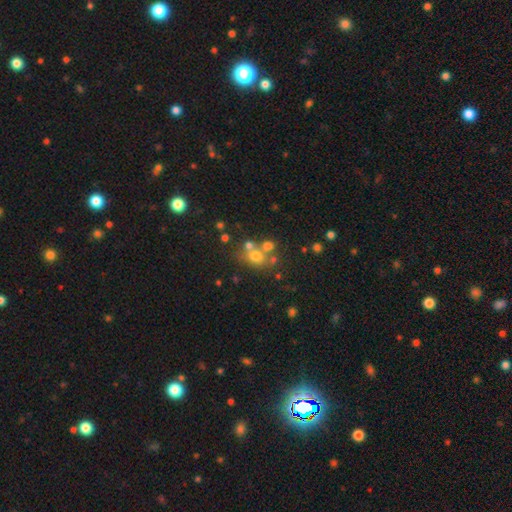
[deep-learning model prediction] smooth 60%, star or artifact 20%, featured or disk 19%. Down the decision tree: how rounded — round (65%); merging — none (50%).